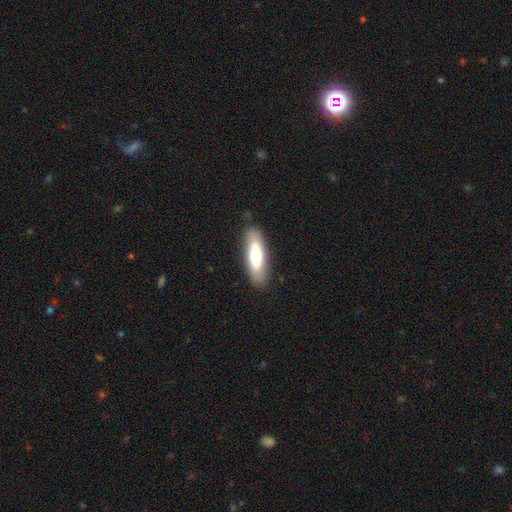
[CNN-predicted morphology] Overall: smooth (64%; featured or disk 30%). How rounded: in between (50%; cigar-shaped 49%). Merging: none (86%).